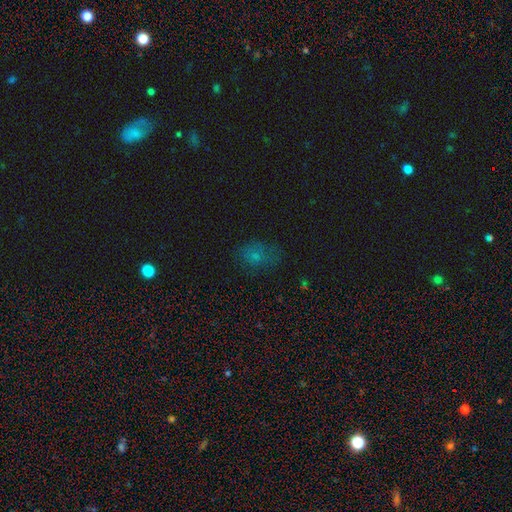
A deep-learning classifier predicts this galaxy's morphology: This appears to be a smooth galaxy with no disk features (64%) that is in between round and cigar-shaped (65%). Merging: none (59%).